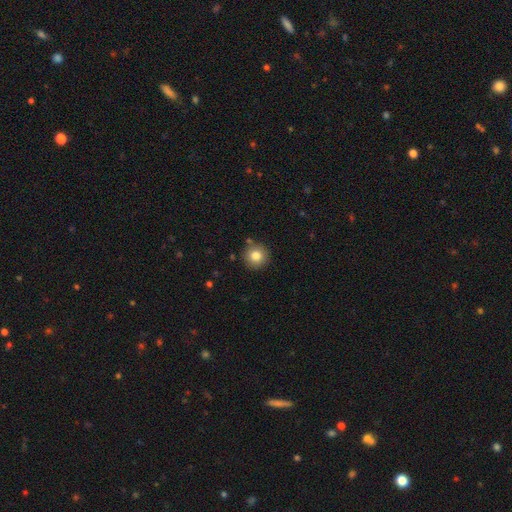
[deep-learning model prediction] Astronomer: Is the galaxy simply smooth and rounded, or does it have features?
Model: smooth — 81%.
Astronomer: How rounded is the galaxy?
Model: round — 94%.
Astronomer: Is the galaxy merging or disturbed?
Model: none — 86%.